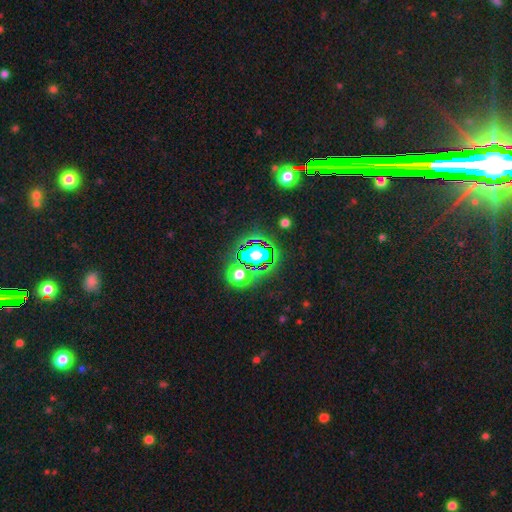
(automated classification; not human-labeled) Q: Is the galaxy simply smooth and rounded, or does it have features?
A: star or artifact — 61%.